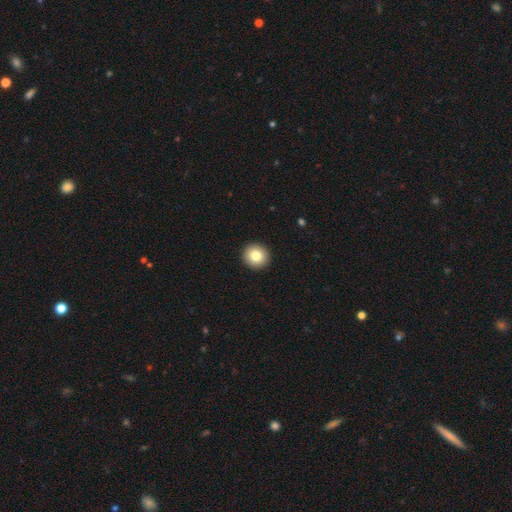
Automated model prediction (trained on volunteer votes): Morphology: type=smooth (81%); roundness=round (94%); merging=none (94%).